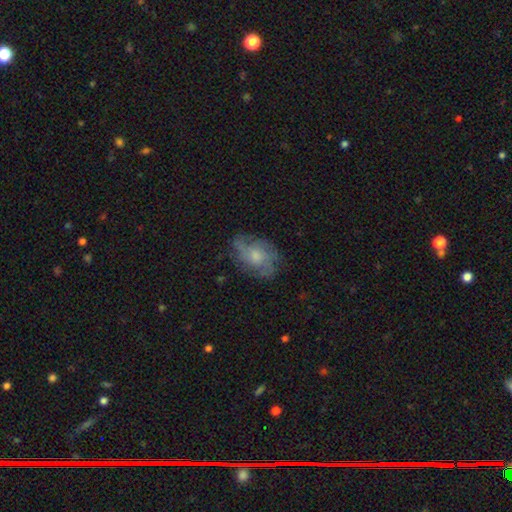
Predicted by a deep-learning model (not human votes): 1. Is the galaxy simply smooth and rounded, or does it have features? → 61% featured or disk, 31% smooth, 8% star or artifact.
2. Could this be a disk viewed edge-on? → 96% no, 4% yes.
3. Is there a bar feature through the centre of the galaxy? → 78% no, 20% weak, 2% strong.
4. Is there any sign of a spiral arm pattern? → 78% yes, 22% no.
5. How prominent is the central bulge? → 57% moderate, 26% small, 10% large, 6% none, 1% dominant.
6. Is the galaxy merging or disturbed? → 67% none, 22% minor disturbance, 10% major disturbance, 1% merger.